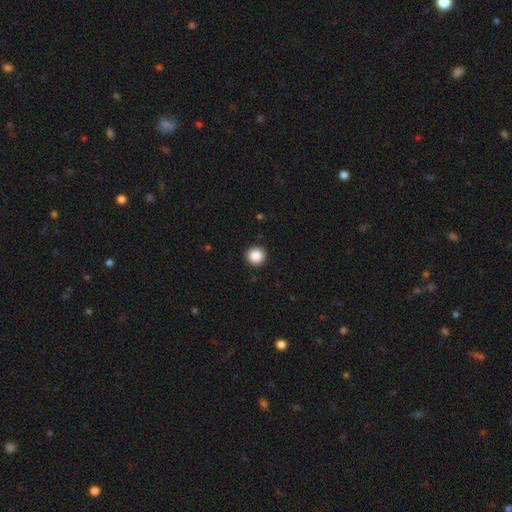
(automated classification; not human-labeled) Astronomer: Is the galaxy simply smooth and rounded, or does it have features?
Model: smooth — 88%.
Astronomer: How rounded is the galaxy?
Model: round — 95%.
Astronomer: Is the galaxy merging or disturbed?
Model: none — 93%.